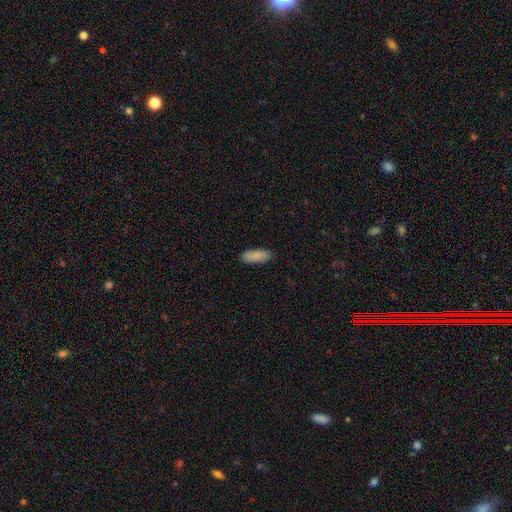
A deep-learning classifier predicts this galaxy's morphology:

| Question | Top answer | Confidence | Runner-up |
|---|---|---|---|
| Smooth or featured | smooth | 89% | star or artifact (6%) |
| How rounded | in between | 69% | cigar-shaped (29%) |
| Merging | none | 87% | minor disturbance (10%) |